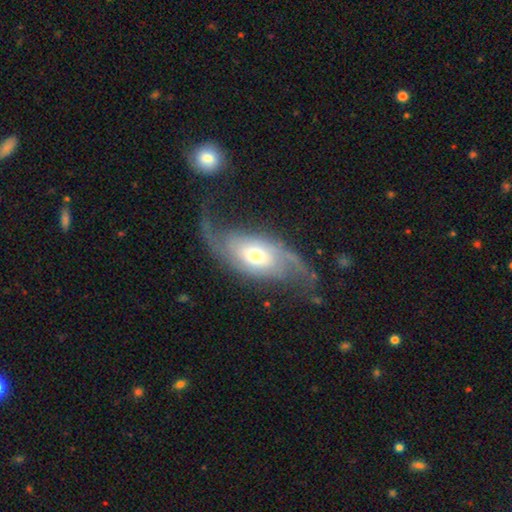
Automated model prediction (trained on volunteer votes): A featured or disk galaxy (79%) with no bar (66%), 2 (84%) loose (55%) spiral arms (92%) and a moderate central bulge (63%). Merging: none (59%).